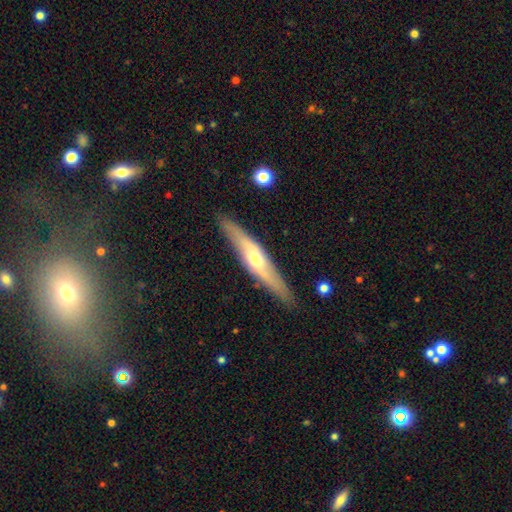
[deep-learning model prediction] The model was most divided on "smooth or featured": featured or disk: 66%, smooth: 28%, star or artifact: 5%. More confident: merging — none (88%); edge-on disk — yes (85%); edge-on bulge — rounded (85%).